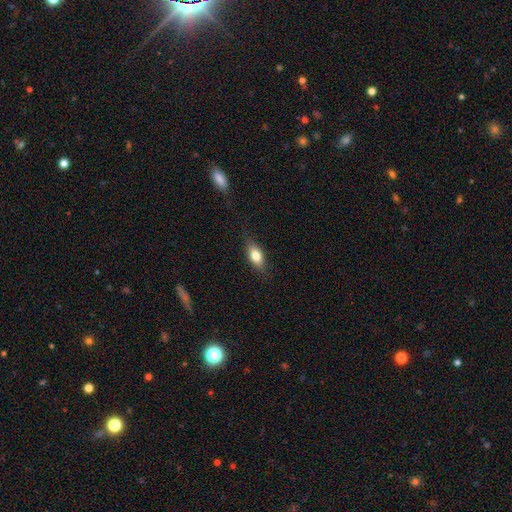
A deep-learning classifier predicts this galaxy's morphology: Smooth or featured?
  - smooth: 75% *
  - featured or disk: 18%
  - star or artifact: 8%
How rounded?
  - in between: 80% *
  - cigar-shaped: 14%
  - round: 6%
Merging?
  - none: 81% *
  - minor disturbance: 14%
  - major disturbance: 3%
  - merger: 1%